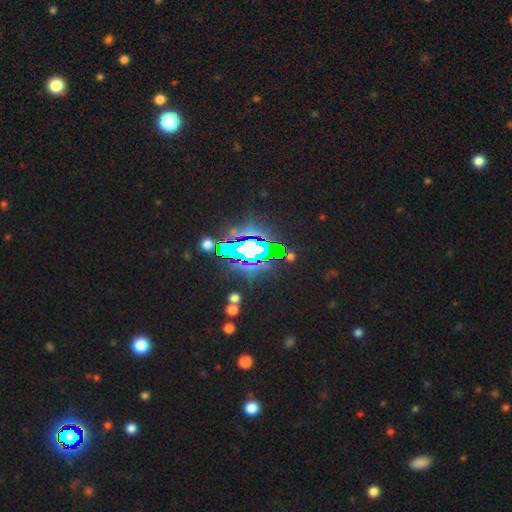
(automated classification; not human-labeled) This is possibly a star or artifact rather than a galaxy (59%).